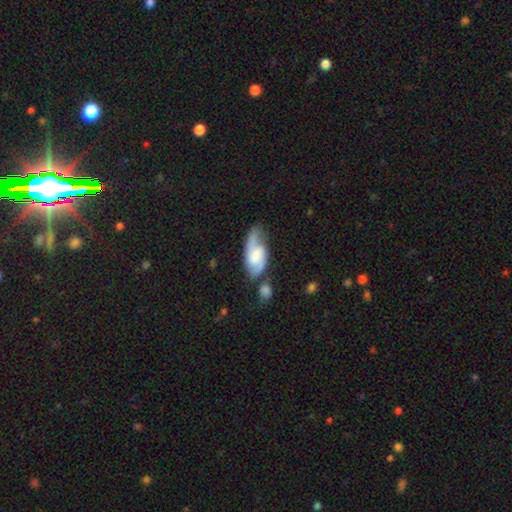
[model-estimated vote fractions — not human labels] Overall: featured or disk (68%). Edge-on disk: no (94%). Bar: weak (46%; no 39%). Spiral arms: yes (93%). Spiral arm count: 2 (83%). Spiral winding: medium (47%; loose 32%). Bulge size: moderate (31%; small 25%). Merging: none (52%; minor disturbance 24%).